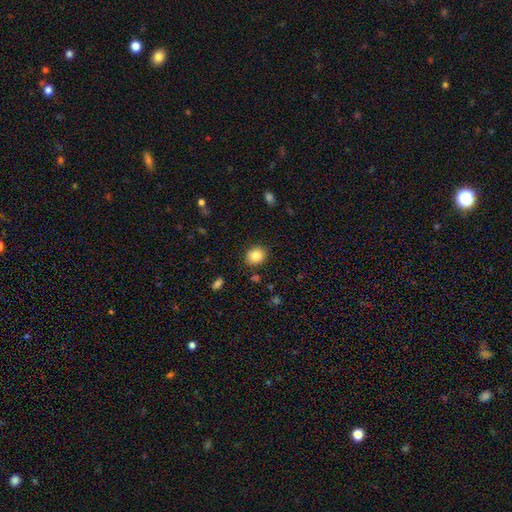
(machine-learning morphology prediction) A smooth galaxy with no disk features (85%) that is round (65%).

Vote fractions:
- Smooth or featured? smooth: 85% / star or artifact: 9% / featured or disk: 6%
- How rounded? round: 65% / in between: 34% / cigar-shaped: 1%
- Merging? none: 86% / minor disturbance: 9% / major disturbance: 3% / merger: 2%